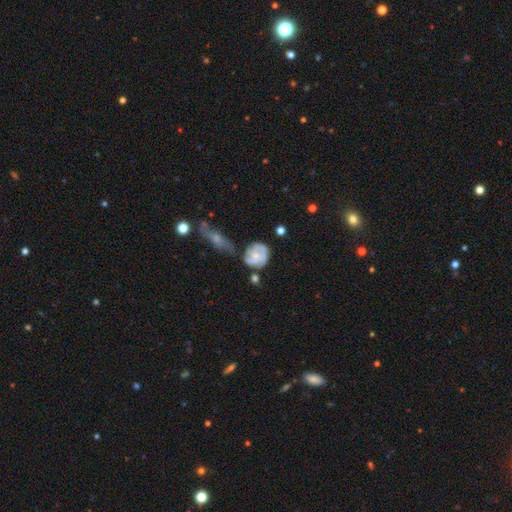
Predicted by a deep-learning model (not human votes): Morphology: type=featured or disk (59%); edge-on=no (96%); bar=no (79%); spiral arms=yes (70%); bulge=small (57%); merging=none (44%).